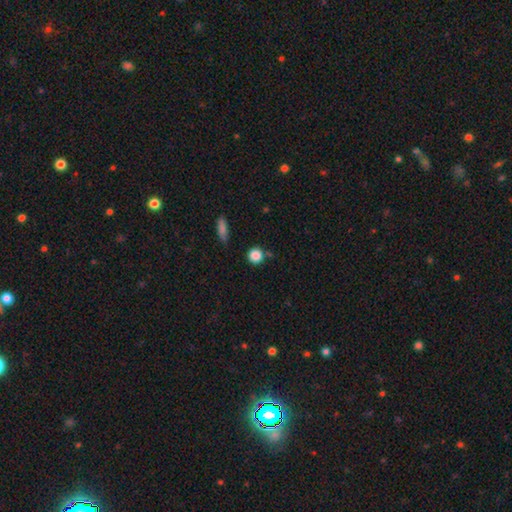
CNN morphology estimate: smooth_or_featured: smooth (p=0.86) [alt: star or artifact p=0.10]
how_rounded: round (p=0.91) [alt: in between p=0.07]
merging: none (p=0.77) [alt: minor disturbance p=0.12]